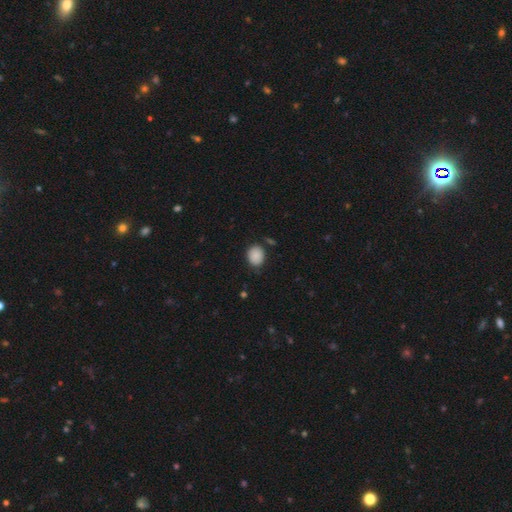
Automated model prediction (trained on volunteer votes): Smooth or featured: smooth — 89% (star or artifact — 8%)
How rounded: round — 51% (in between — 48%)
Merging: none — 80% (minor disturbance — 15%)